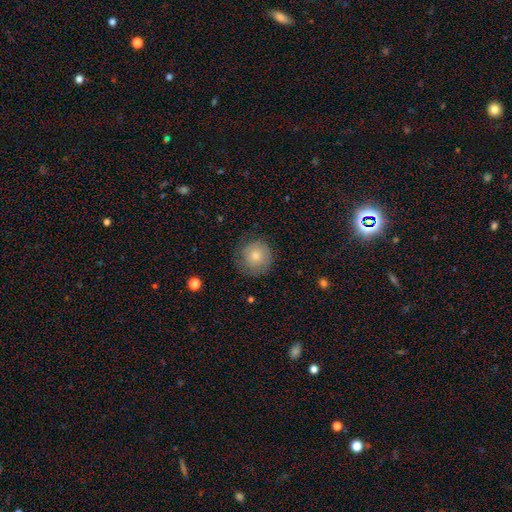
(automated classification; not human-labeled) This is likely a smooth galaxy (71%). How rounded: clearly round (93%). Merging: likely none (74%).